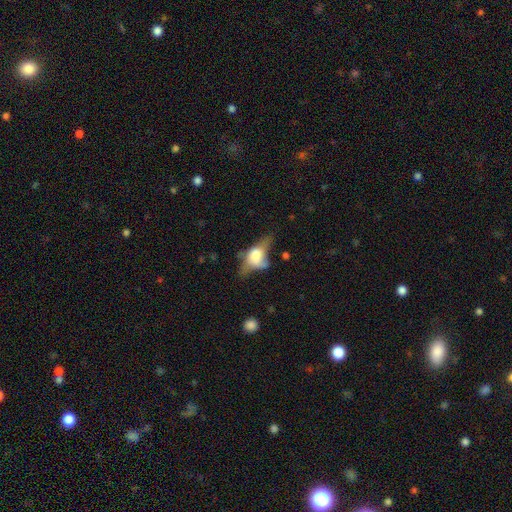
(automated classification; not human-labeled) Smooth or featured? smooth (52%)
How rounded? in between (78%)
Merging? major disturbance (42%)